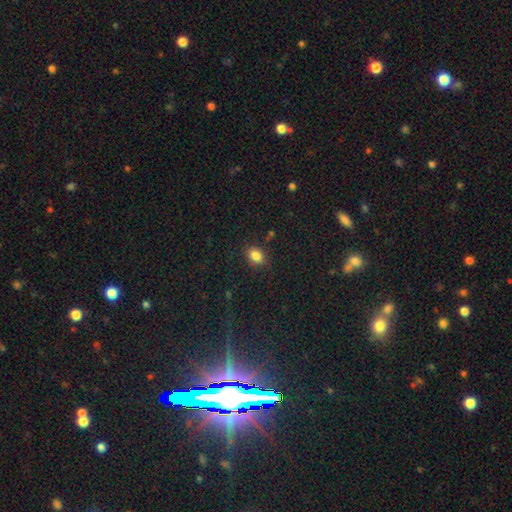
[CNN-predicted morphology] Smooth or featured: smooth — 84% (star or artifact — 11%)
How rounded: in between — 70% (round — 29%)
Merging: none — 84% (minor disturbance — 11%)